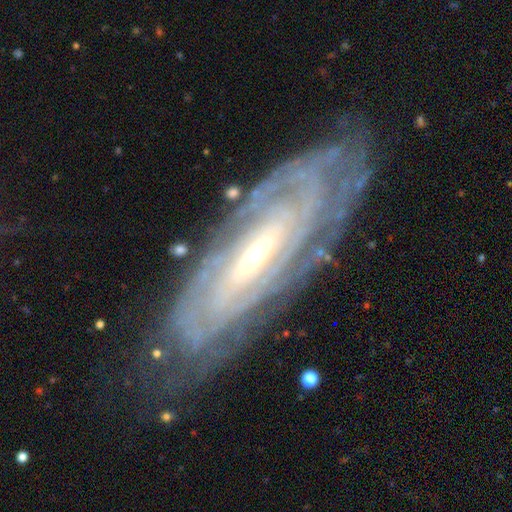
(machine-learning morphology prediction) smooth-or-featured: featured or disk: 88% | smooth: 7% | star or artifact: 6%
  disk-edge-on: no: 87% | yes: 13%
    bar: no: 36% | weak: 35% | strong: 29%
    has-spiral-arms: yes: 96% | no: 4%
      spiral-winding: tight: 81% | medium: 16% | loose: 3%
      spiral-arm-count: can't tell: 43% | 2: 16% | 4: 13% | 3: 11% | more than 4: 11% | 1: 5%
    bulge-size: small: 71% | moderate: 25% | large: 2% | none: 1% | dominant: 1%
  merging: none: 79% | minor disturbance: 15% | major disturbance: 5% | merger: 1%